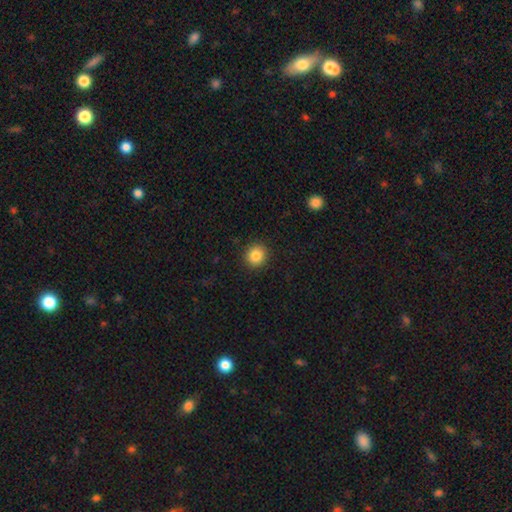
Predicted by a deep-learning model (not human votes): Smooth or featured?
  - smooth: 85% *
  - star or artifact: 10%
  - featured or disk: 5%
How rounded?
  - round: 92% *
  - in between: 7%
  - cigar-shaped: 1%
Merging?
  - none: 92% *
  - minor disturbance: 5%
  - major disturbance: 2%
  - merger: 1%